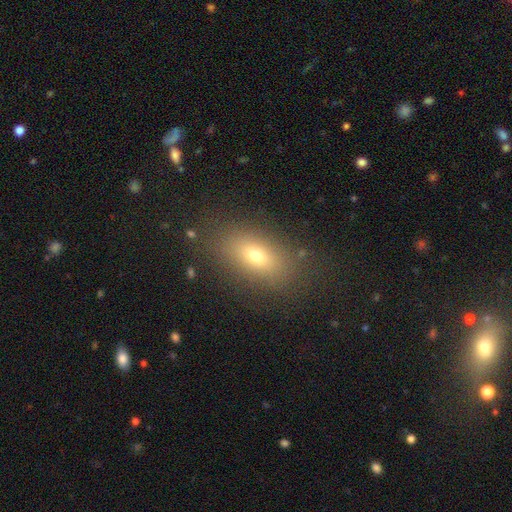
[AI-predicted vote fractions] This appears to be a smooth galaxy with no disk features (70%) that is in between round and cigar-shaped (82%). Merging: none (83%).